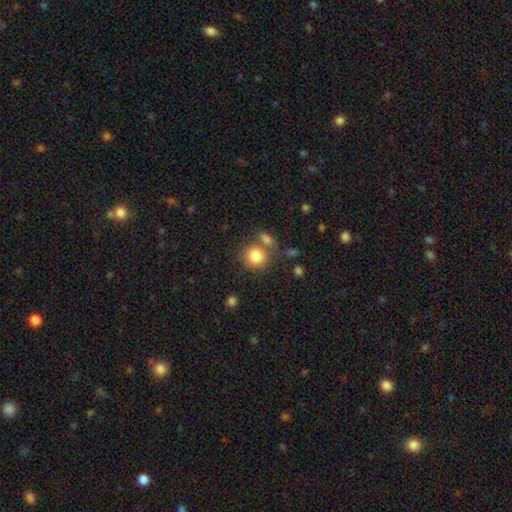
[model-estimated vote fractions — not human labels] A smooth galaxy with no disk features (82%) that is round (84%).

Vote fractions:
- Smooth or featured? smooth: 82% / star or artifact: 10% / featured or disk: 8%
- How rounded? round: 84% / in between: 15% / cigar-shaped: 1%
- Merging? none: 63% / merger: 23% / minor disturbance: 10% / major disturbance: 4%